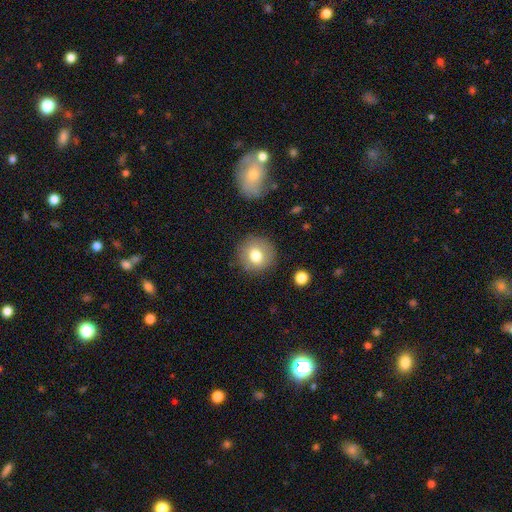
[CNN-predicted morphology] type=smooth (77%); roundness=round (91%); merging=none (87%).